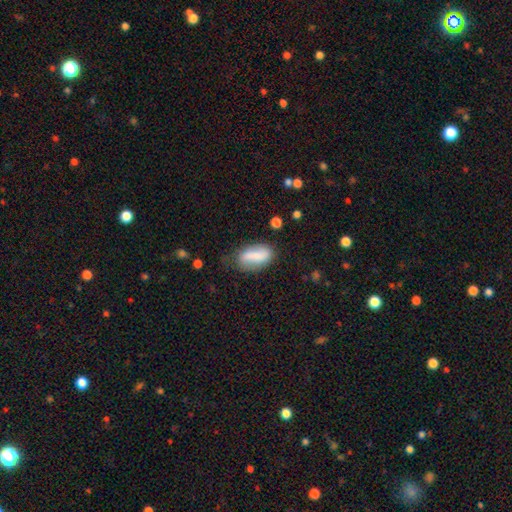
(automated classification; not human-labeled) Smooth or featured? smooth (75%)
How rounded? in between (87%)
Merging? none (58%)